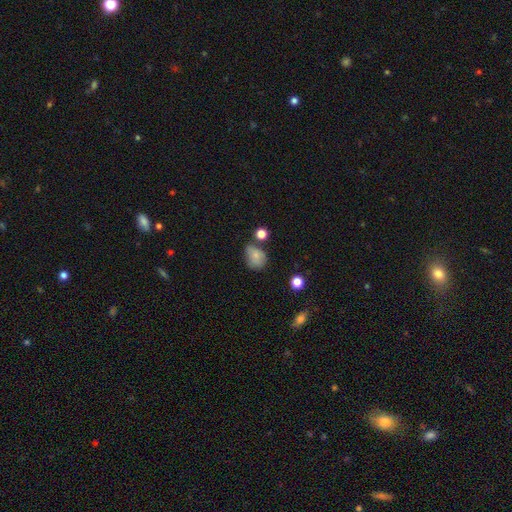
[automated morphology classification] A smooth galaxy with no disk features (76%) that is round (49%, tied with in between).

Vote fractions:
- Smooth or featured? smooth: 76% / featured or disk: 13% / star or artifact: 11%
- How rounded? round: 49% (tied) / in between: 49% (tied) / cigar-shaped: 1%
- Merging? none: 49% / minor disturbance: 31% / major disturbance: 10% / merger: 10%